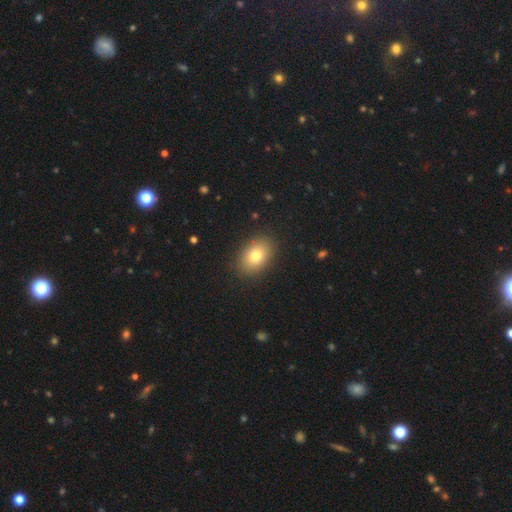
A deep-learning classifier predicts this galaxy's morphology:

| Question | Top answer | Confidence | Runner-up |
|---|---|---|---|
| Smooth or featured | smooth | 80% | featured or disk (11%) |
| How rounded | in between | 82% | round (17%) |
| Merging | none | 89% | minor disturbance (8%) |